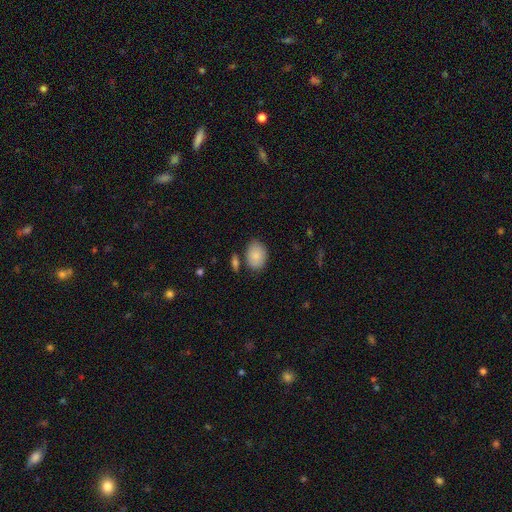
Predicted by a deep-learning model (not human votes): smooth 87%, star or artifact 7%, featured or disk 7%. Down the decision tree: how rounded — in between (78%); merging — none (75%).